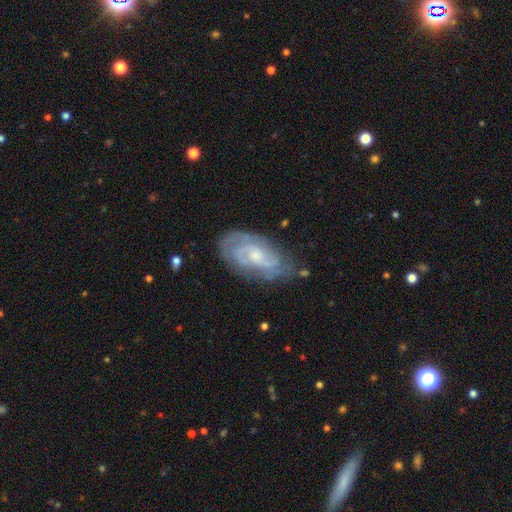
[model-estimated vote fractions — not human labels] The model was most divided on "spiral winding": tight: 54%, medium: 37%, loose: 9%. Remaining: edge-on disk — no (96%); spiral arms — yes (93%); smooth or featured — featured or disk (82%); merging — none (72%); bar — no (60%); bulge size — small (58%); spiral arm count — 2 (50%).